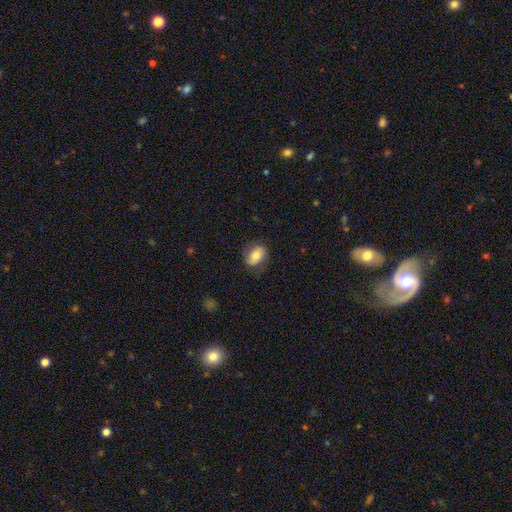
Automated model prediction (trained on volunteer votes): smooth 72%, featured or disk 21%, star or artifact 8%. Down the decision tree: how rounded — in between (80%); merging — none (76%).